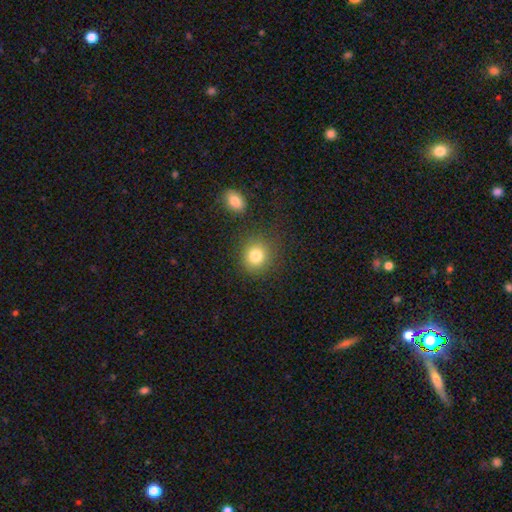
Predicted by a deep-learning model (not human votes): Smooth or featured: smooth — 82% (star or artifact — 11%)
How rounded: round — 84% (in between — 15%)
Merging: none — 83% (minor disturbance — 9%)